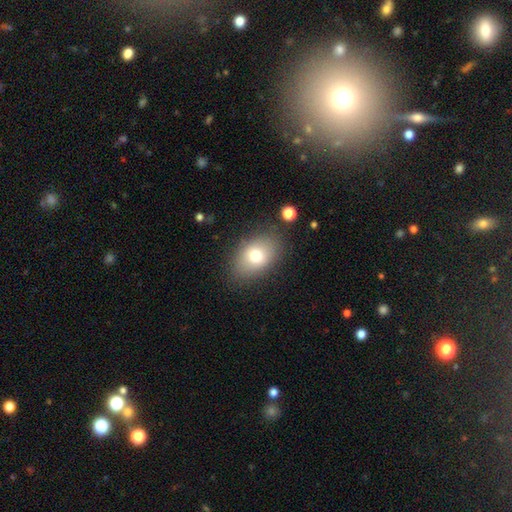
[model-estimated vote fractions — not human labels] Morphology: type=smooth (77%); roundness=in between (83%); merging=none (80%).